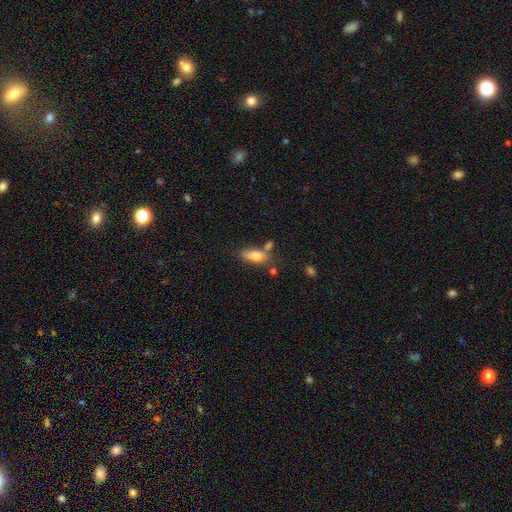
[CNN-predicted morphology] smooth-or-featured: smooth: 77% | featured or disk: 15% | star or artifact: 8%
  how-rounded: in between: 79% | cigar-shaped: 17% | round: 4%
  merging: none: 59% | minor disturbance: 19% | merger: 16% | major disturbance: 6%